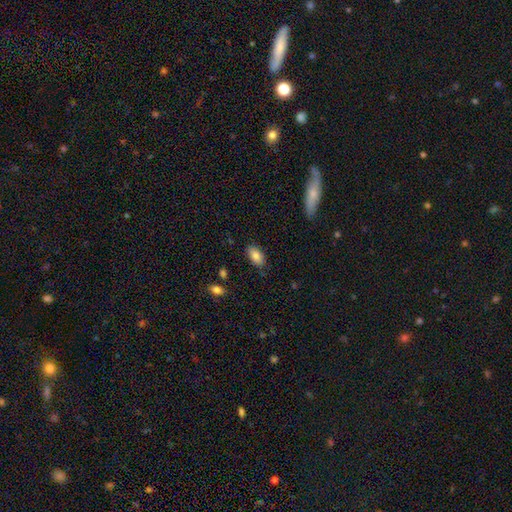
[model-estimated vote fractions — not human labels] A smooth galaxy with no disk features (84%) that is in between round and cigar-shaped (92%).

Vote fractions:
- Smooth or featured? smooth: 84% / featured or disk: 8% / star or artifact: 7%
- How rounded? in between: 92% / cigar-shaped: 4% / round: 4%
- Merging? none: 82% / minor disturbance: 14% / major disturbance: 3% / merger: 2%